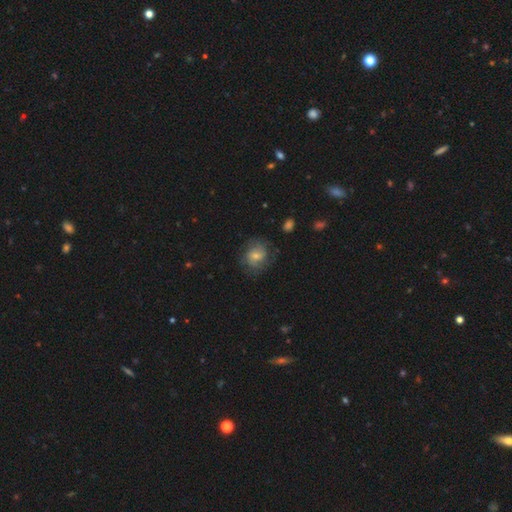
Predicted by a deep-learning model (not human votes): A featured or disk galaxy (52%) with no bar (56%), spiral arms (84%) and a moderate central bulge (46%). Merging: none (74%).